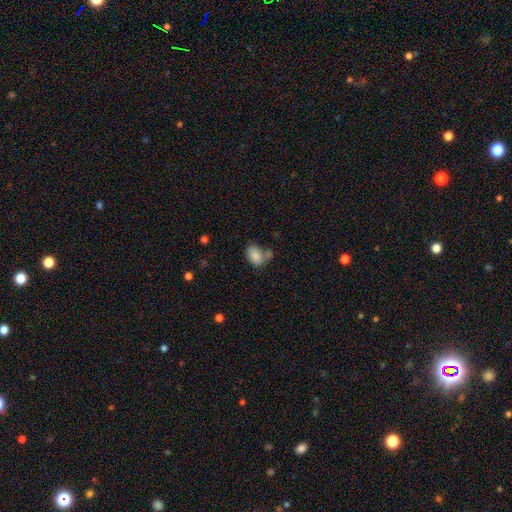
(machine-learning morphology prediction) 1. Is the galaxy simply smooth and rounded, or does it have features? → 84% smooth, 8% star or artifact, 8% featured or disk.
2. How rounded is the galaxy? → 83% in between, 16% round, 1% cigar-shaped.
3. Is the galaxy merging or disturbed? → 49% none, 23% merger, 21% minor disturbance, 7% major disturbance.